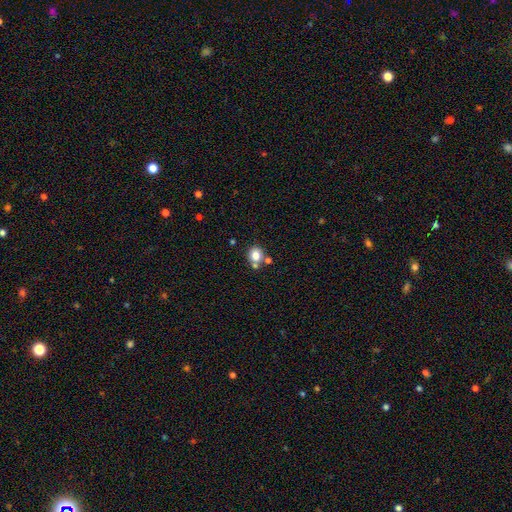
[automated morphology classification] type=smooth (80%); roundness=round (77%); merging=none (65%).